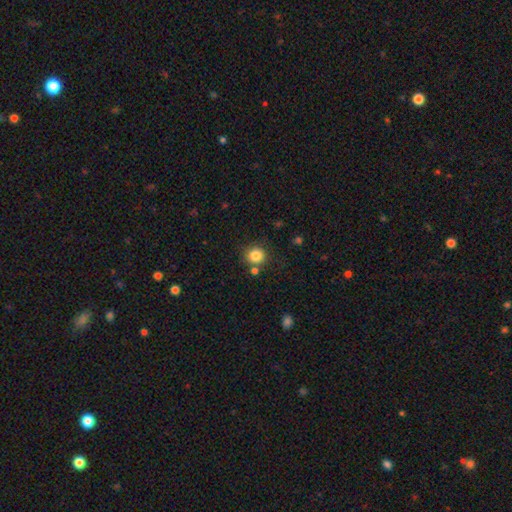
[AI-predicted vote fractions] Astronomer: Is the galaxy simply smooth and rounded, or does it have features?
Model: smooth — 83%.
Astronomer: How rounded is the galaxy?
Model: round — 91%.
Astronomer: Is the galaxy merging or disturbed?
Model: none — 78%.